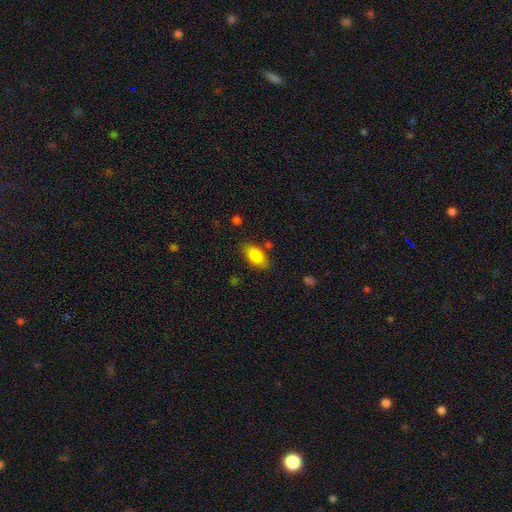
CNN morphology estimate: smooth 86%, star or artifact 7%, featured or disk 7%. Down the decision tree: how rounded — in between (91%); merging — none (78%).